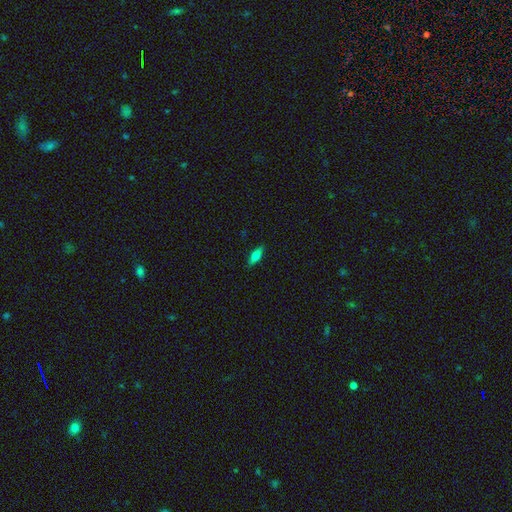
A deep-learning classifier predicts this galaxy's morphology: smooth_or_featured: smooth (p=0.67) [alt: featured or disk p=0.25]
how_rounded: in between (p=0.58) [alt: cigar-shaped p=0.39]
merging: none (p=0.87) [alt: minor disturbance p=0.10]